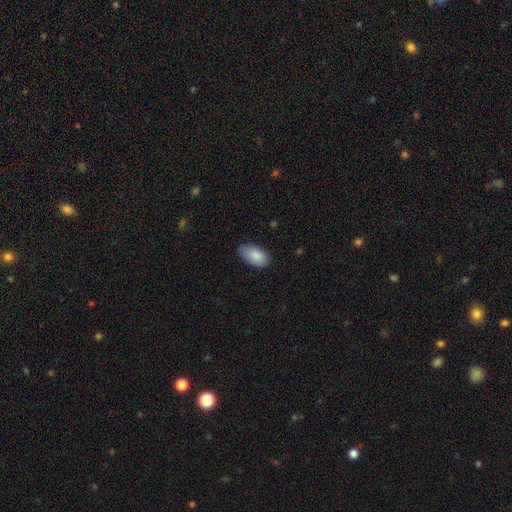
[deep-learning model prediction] smooth_or_featured: smooth (p=0.86) [alt: featured or disk p=0.08]
how_rounded: in between (p=0.95) [alt: round p=0.04]
merging: none (p=0.73) [alt: minor disturbance p=0.23]